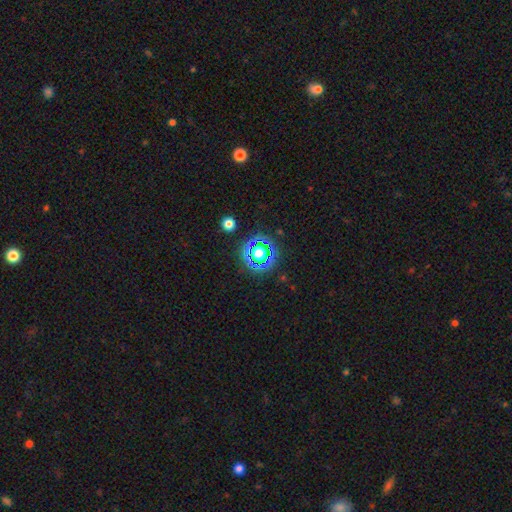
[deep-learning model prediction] smooth-or-featured: star or artifact: 54% | smooth: 34% | featured or disk: 12%